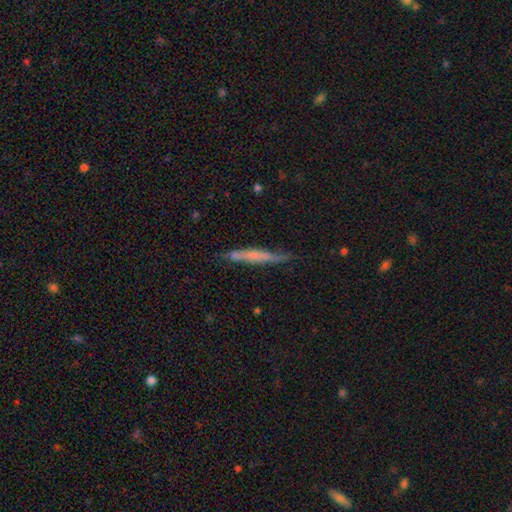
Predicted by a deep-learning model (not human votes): Smooth or featured? smooth (47%)
Merging? none (70%)